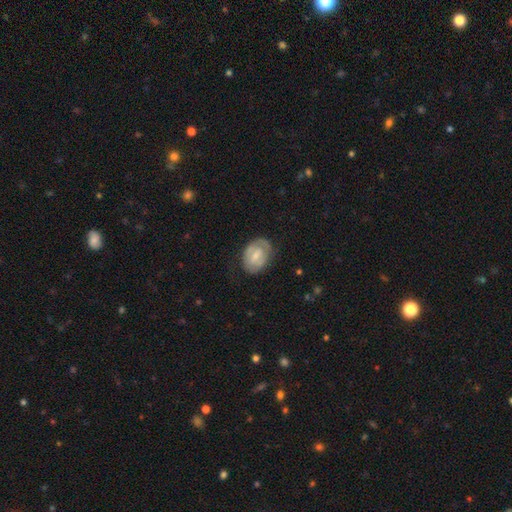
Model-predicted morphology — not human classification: This is possibly a featured or disk galaxy (50%). It is clearly not viewed edge-on (96%). Merging: likely none (65%).